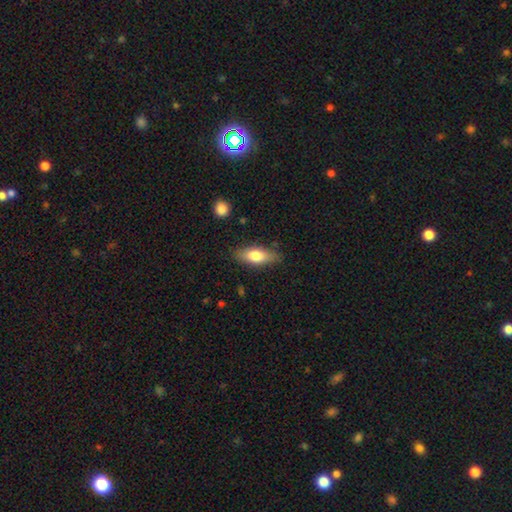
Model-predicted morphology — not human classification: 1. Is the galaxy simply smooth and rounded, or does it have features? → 73% smooth, 21% featured or disk, 6% star or artifact.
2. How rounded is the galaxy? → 68% in between, 29% cigar-shaped, 3% round.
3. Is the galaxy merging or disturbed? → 82% none, 14% minor disturbance, 3% major disturbance, 2% merger.